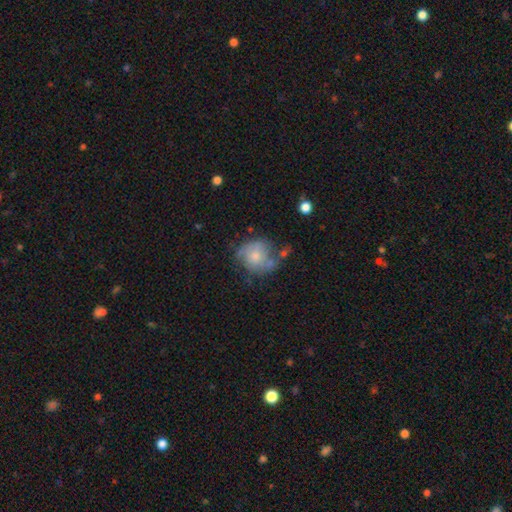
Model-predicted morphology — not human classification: A featured or disk galaxy (51%).

Vote fractions:
- Smooth or featured? featured or disk: 51% / smooth: 41% / star or artifact: 8%
- Edge-on disk? no: 97% / yes: 3%
- Merging? none: 47% / minor disturbance: 28% / major disturbance: 17% / merger: 9%